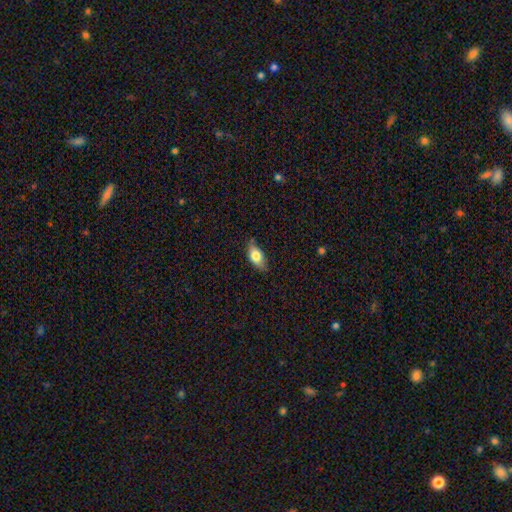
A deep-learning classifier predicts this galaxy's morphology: smooth 75%, featured or disk 18%, star or artifact 7%. Down the decision tree: how rounded — in between (86%); merging — none (68%).